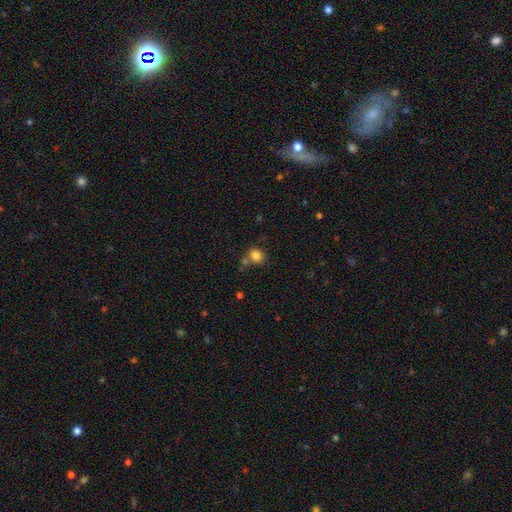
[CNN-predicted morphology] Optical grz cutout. It shows a smooth galaxy with no disk features (83%) that is round (71%). Merging: none (62%).